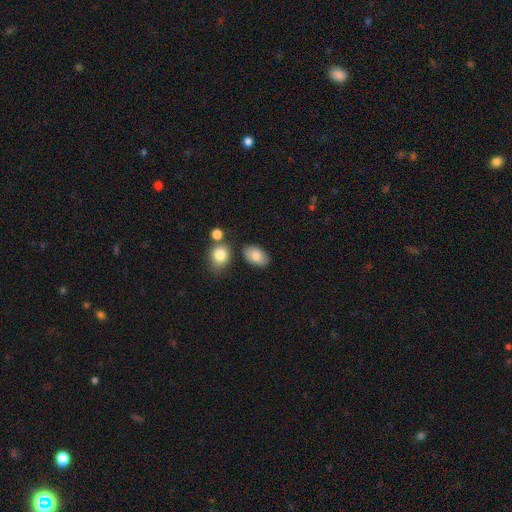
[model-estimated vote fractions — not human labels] Smooth or featured?
  - smooth: 82% *
  - featured or disk: 10%
  - star or artifact: 8%
How rounded?
  - in between: 88% *
  - round: 11%
  - cigar-shaped: 1%
Merging?
  - none: 77% *
  - minor disturbance: 14%
  - merger: 6%
  - major disturbance: 3%